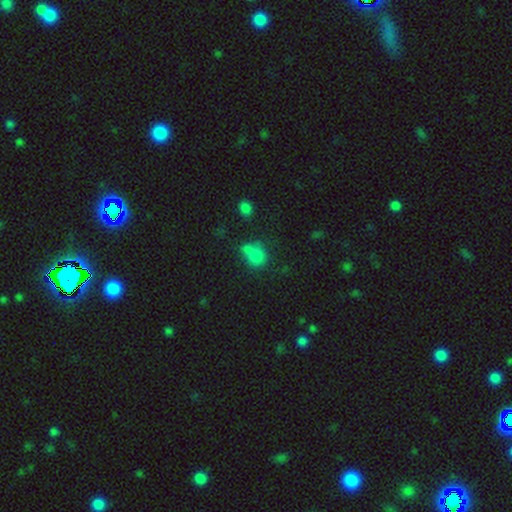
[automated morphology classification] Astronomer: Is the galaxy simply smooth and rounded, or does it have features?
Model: smooth — 78%.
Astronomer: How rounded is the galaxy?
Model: round — 70%.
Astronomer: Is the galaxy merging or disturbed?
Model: none — 39% (runner-up: merger, 38%).